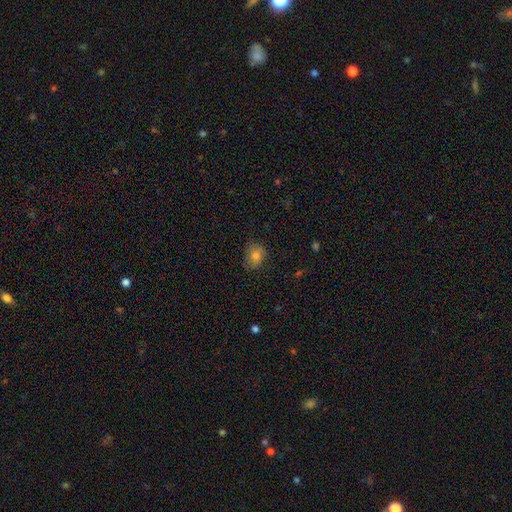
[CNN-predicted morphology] The model was most divided on "how rounded": in between: 53%, round: 46%, cigar-shaped: 1%. More confident: smooth or featured — smooth (78%); merging — none (74%).